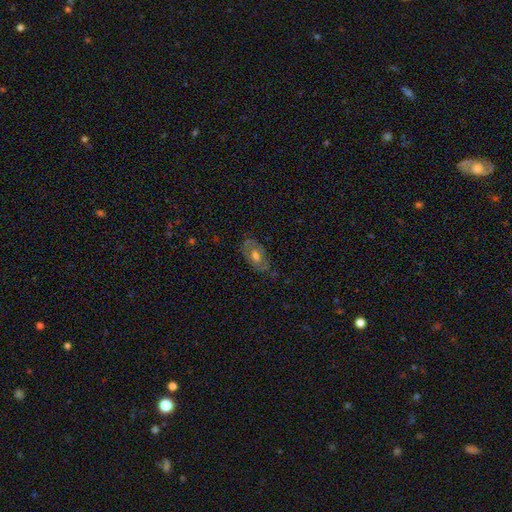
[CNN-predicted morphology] smooth_or_featured: smooth (p=0.49) [alt: featured or disk p=0.43]
merging: none (p=0.68) [alt: minor disturbance p=0.23]